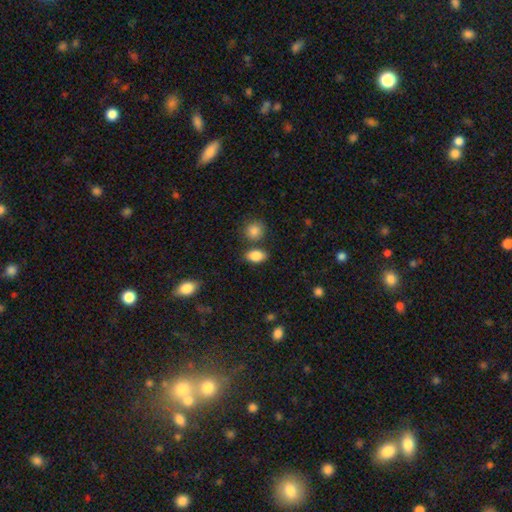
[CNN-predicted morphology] Smooth or featured: smooth — 86% (star or artifact — 8%)
How rounded: in between — 85% (round — 12%)
Merging: none — 75% (minor disturbance — 12%)